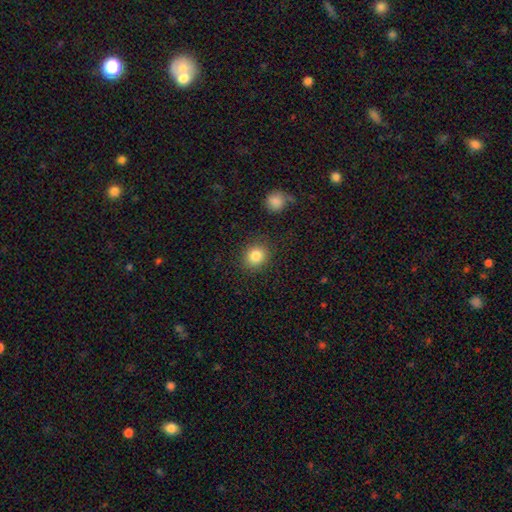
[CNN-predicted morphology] smooth_or_featured: smooth (p=0.84) [alt: star or artifact p=0.10]
how_rounded: round (p=0.77) [alt: in between p=0.22]
merging: none (p=0.86) [alt: minor disturbance p=0.08]